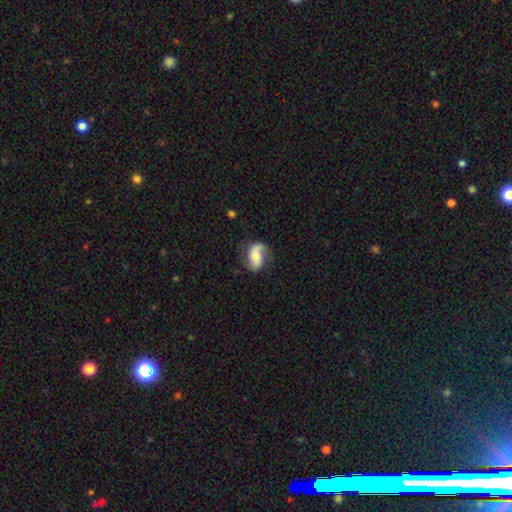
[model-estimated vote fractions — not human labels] Overall: featured or disk (63%; smooth 30%). Edge-on disk: no (96%). Bar: no (51%; weak 31%). Spiral arms: yes (90%). Spiral arm count: 2 (83%). Spiral winding: loose (58%; medium 30%). Bulge size: moderate (53%; small 31%). Merging: none (67%).